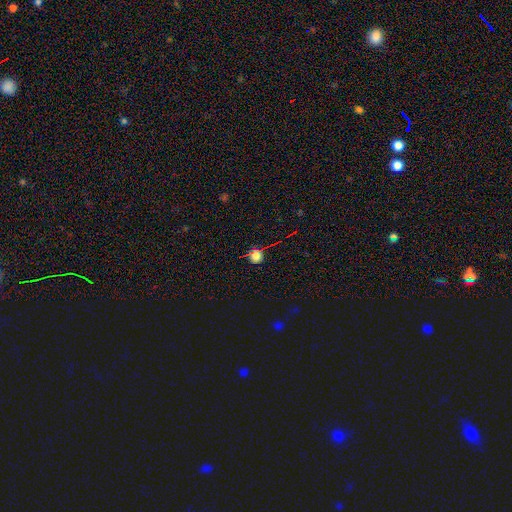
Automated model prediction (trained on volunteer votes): smooth-or-featured: smooth: 68% | star or artifact: 24% | featured or disk: 7%
  how-rounded: round: 91% | in between: 8% | cigar-shaped: 1%
  merging: none: 86% | minor disturbance: 9% | major disturbance: 3% | merger: 2%